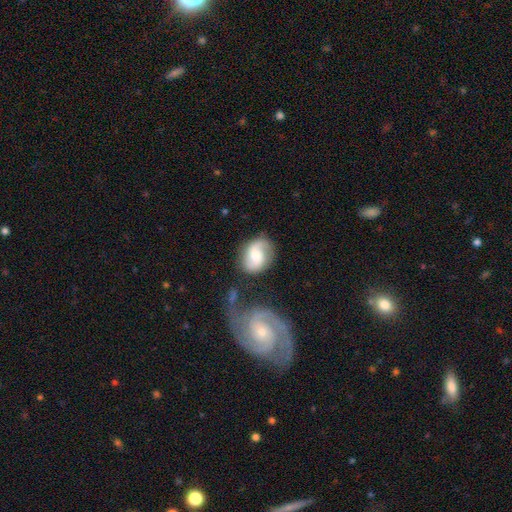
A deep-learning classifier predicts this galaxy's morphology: Overall: featured or disk (61%; smooth 32%). Edge-on disk: no (97%). Bar: no (51%; weak 39%). Spiral arms: yes (91%). Spiral arm count: 2 (84%). Spiral winding: medium (41%; loose 40%). Bulge size: moderate (55%; small 29%). Merging: none (67%).